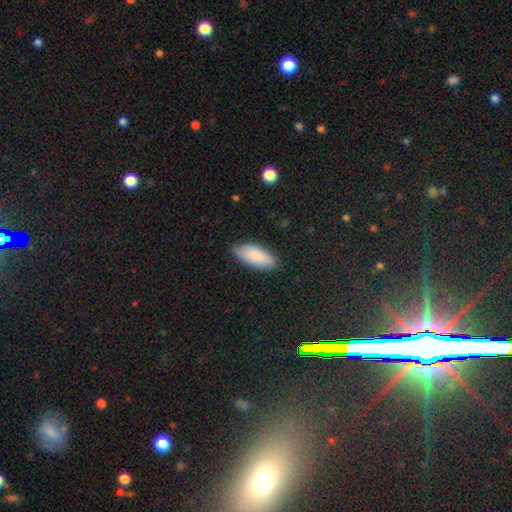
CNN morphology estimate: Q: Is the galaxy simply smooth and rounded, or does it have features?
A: smooth — 84%.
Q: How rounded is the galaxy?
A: in between — 86%.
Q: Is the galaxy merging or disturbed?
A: none — 85%.